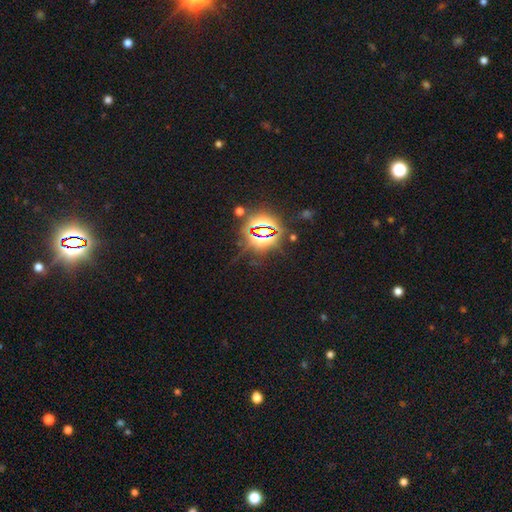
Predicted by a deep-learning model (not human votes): This appears to be a star or artifact, not a galaxy (82%).